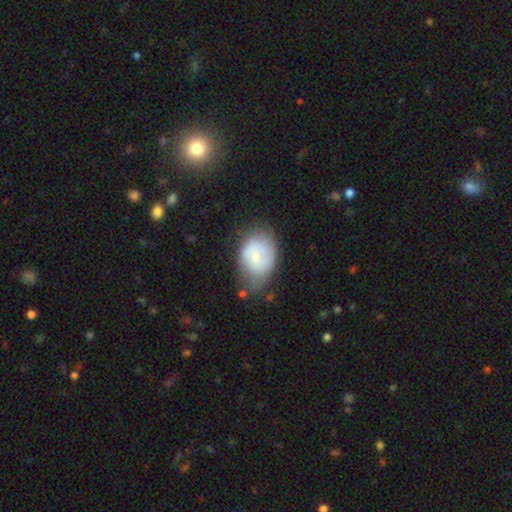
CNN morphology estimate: Smooth or featured: smooth — 52% (featured or disk — 40%)
How rounded: in between — 69% (round — 30%)
Merging: none — 46% (minor disturbance — 36%)